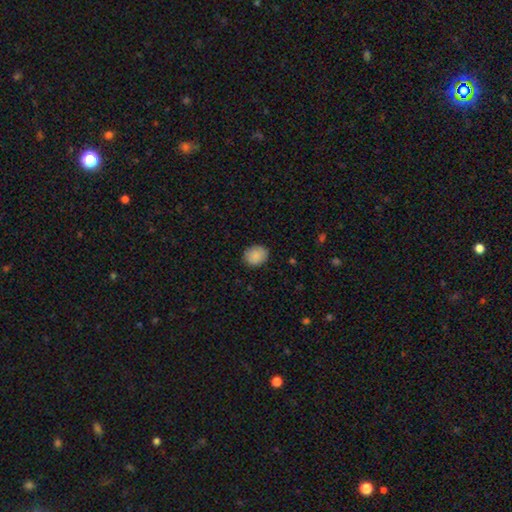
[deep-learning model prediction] smooth-or-featured: smooth: 88% | star or artifact: 8% | featured or disk: 4%
  how-rounded: round: 63% | in between: 36% | cigar-shaped: 1%
  merging: none: 87% | minor disturbance: 10% | major disturbance: 2% | merger: 1%